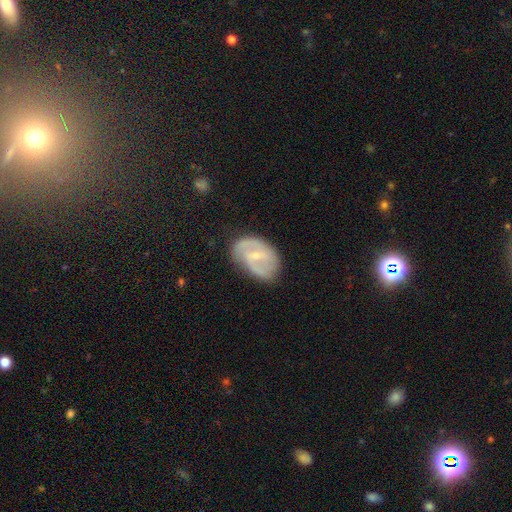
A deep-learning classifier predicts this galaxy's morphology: Q: Smooth or featured?
A: featured or disk (73%); runner-up: smooth (21%)
Q: Edge-on disk?
A: no (97%); runner-up: yes (3%)
Q: Bar?
A: weak (54%); runner-up: no (25%)
Q: Spiral arms?
A: yes (84%); runner-up: no (16%)
Q: Spiral winding?
A: medium (45%); runner-up: tight (29%)
Q: Spiral arm count?
A: 2 (69%); runner-up: can't tell (16%)
Q: Bulge size?
A: small (67%); runner-up: moderate (27%)
Q: Merging?
A: none (65%); runner-up: minor disturbance (25%)